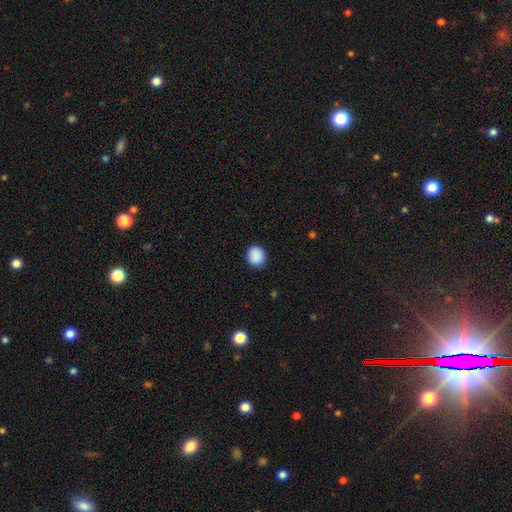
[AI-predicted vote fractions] Smooth or featured?
  - smooth: 89% *
  - star or artifact: 8%
  - featured or disk: 2%
How rounded?
  - round: 86% *
  - in between: 13%
  - cigar-shaped: 1%
Merging?
  - none: 89% *
  - minor disturbance: 8%
  - major disturbance: 2%
  - merger: 1%